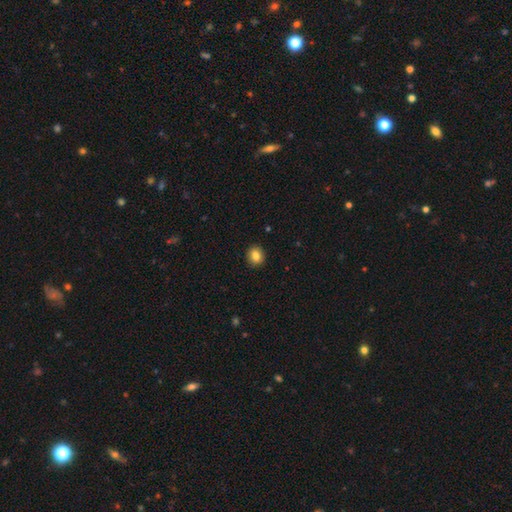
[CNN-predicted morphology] Smooth or featured? smooth (84%)
How rounded? round (74%)
Merging? none (91%)